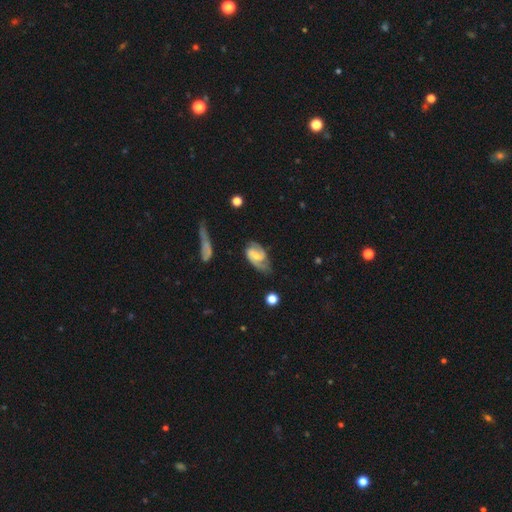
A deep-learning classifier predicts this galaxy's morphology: The model was most divided on "bar": weak: 47%, no: 41%, strong: 12%. Remaining: edge-on disk — no (96%); spiral arms — yes (94%); spiral arm count — 2 (80%); smooth or featured — featured or disk (77%); merging — none (58%); bulge size — small (51%); spiral winding — medium (48%).